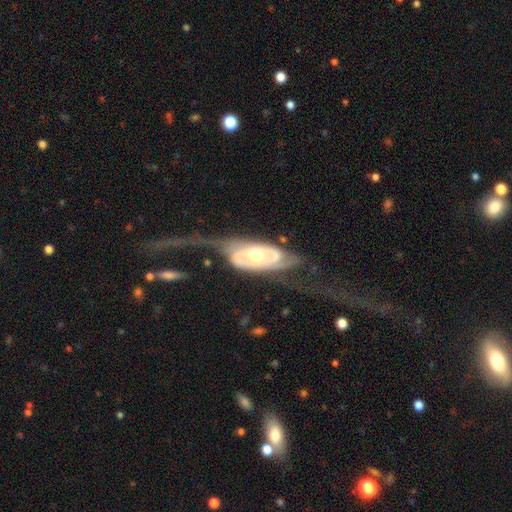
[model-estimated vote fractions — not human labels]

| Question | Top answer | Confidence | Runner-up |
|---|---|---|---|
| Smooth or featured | featured or disk | 83% | smooth (13%) |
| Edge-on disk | no | 88% | yes (12%) |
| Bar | no | 60% | weak (26%) |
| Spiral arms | yes | 84% | no (16%) |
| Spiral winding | loose | 35% | medium (34%) |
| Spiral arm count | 2 | 78% | can't tell (12%) |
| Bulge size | moderate | 69% | large (18%) |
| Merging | major disturbance | 43% | none (34%) |